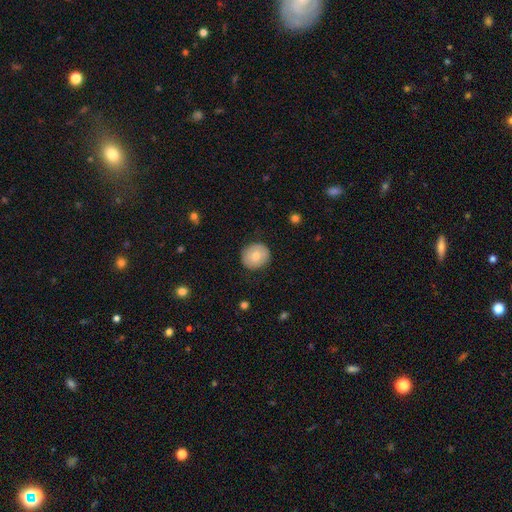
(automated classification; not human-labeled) smooth_or_featured: smooth (p=0.72) [alt: featured or disk p=0.21]
how_rounded: round (p=0.84) [alt: in between p=0.16]
merging: none (p=0.87) [alt: minor disturbance p=0.09]